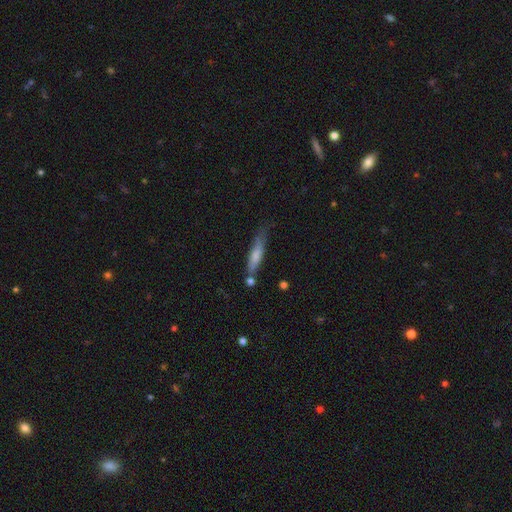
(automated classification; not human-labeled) Smooth or featured?
  - smooth: 65% *
  - featured or disk: 28%
  - star or artifact: 7%
How rounded?
  - cigar-shaped: 84% *
  - in between: 15%
  - round: 2%
Merging?
  - none: 56% *
  - minor disturbance: 25%
  - merger: 12%
  - major disturbance: 7%